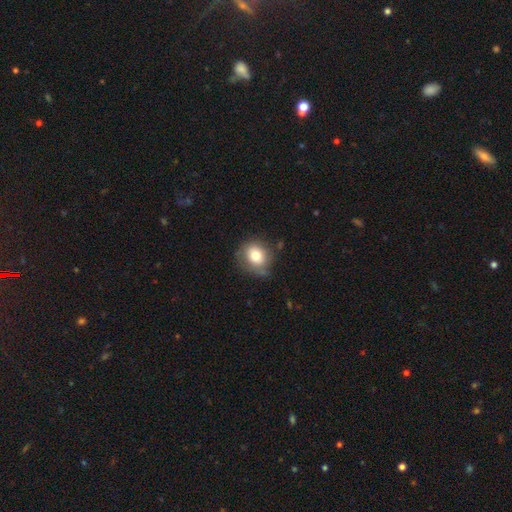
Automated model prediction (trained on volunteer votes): The model was most divided on "merging": none: 67%, minor disturbance: 24%, major disturbance: 6%, merger: 2%. More confident: smooth or featured — smooth (76%); how rounded — round (76%).